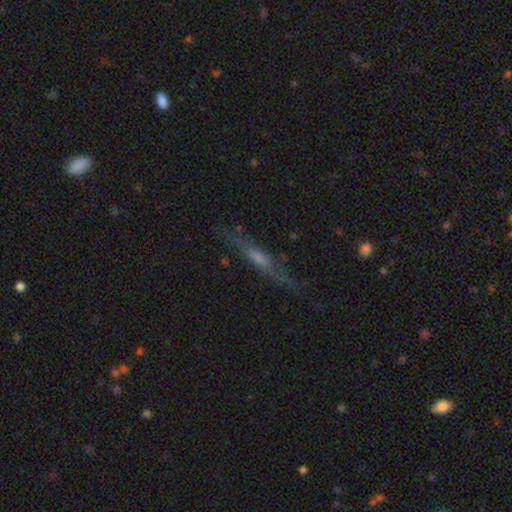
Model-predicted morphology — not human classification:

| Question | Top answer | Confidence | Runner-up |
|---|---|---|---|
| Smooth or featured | featured or disk | 65% | smooth (22%) |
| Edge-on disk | yes | 84% | no (16%) |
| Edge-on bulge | rounded | 58% | none (27%) |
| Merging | none | 77% | minor disturbance (15%) |